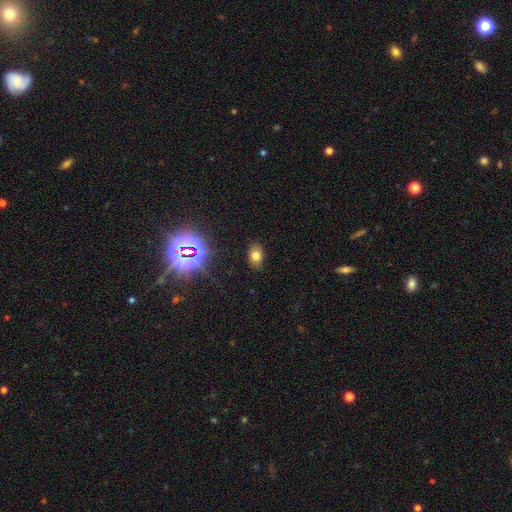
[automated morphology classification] This appears to be a smooth galaxy with no disk features (72%) that is in between round and cigar-shaped (80%). Merging: none (85%).